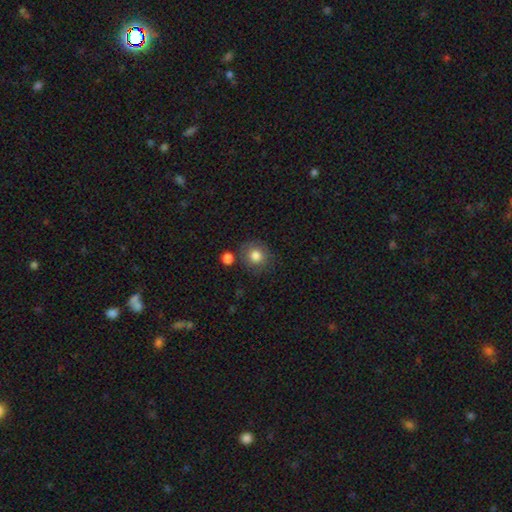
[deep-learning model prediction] smooth-or-featured: smooth: 82% | star or artifact: 10% | featured or disk: 8%
  how-rounded: round: 86% | in between: 13% | cigar-shaped: 1%
  merging: none: 79% | minor disturbance: 11% | merger: 6% | major disturbance: 4%